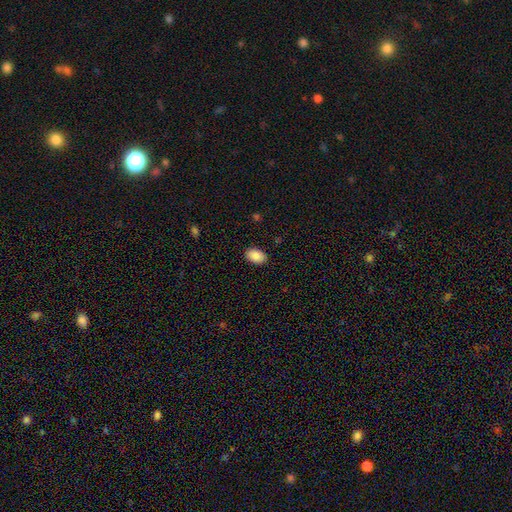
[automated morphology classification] Overall: smooth (89%). How rounded: in between (89%). Merging: none (89%).